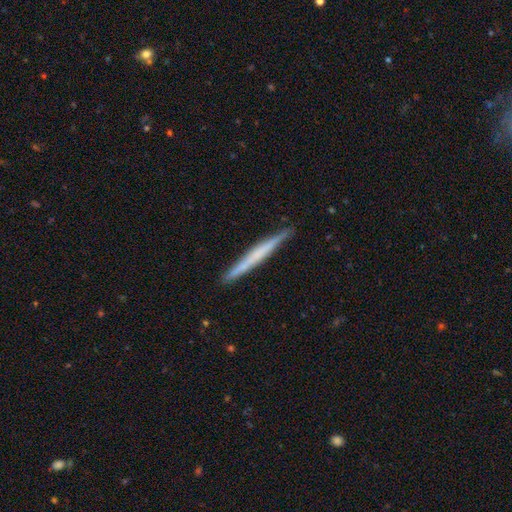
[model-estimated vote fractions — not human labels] Morphology: type=featured or disk (49%); merging=none (90%).